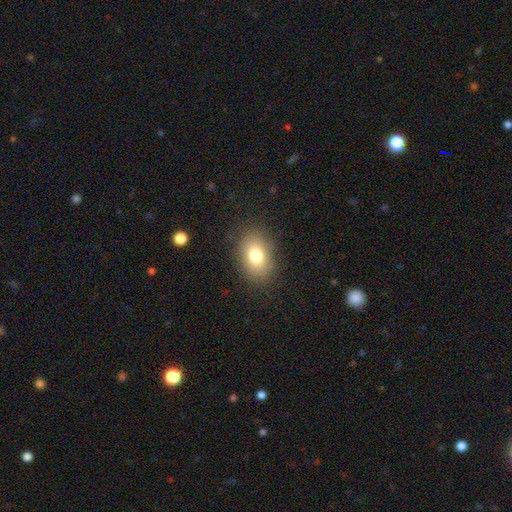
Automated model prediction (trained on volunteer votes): smooth 78%, featured or disk 12%, star or artifact 10%. Down the decision tree: how rounded — in between (82%); merging — none (84%).